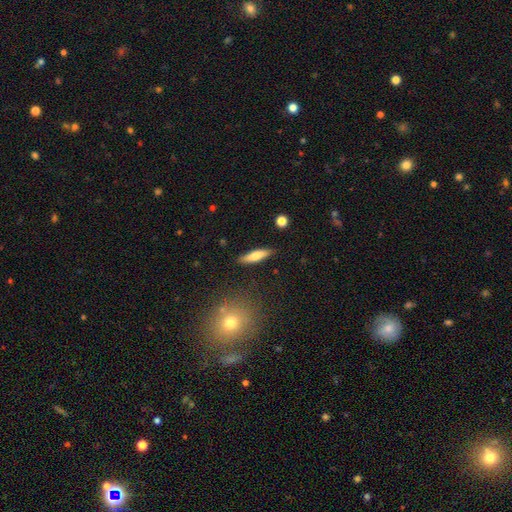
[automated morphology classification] Smooth or featured: smooth — 70% (featured or disk — 24%)
How rounded: cigar-shaped — 70% (in between — 28%)
Merging: none — 87% (minor disturbance — 9%)